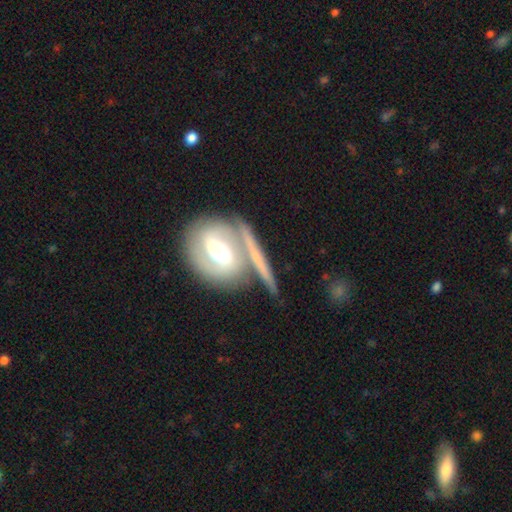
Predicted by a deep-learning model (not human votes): Overall: featured or disk (70%). Edge-on disk: no (79%). Bar: strong (42%; weak 38%). Spiral arms: yes (72%). Bulge size: moderate (66%). Merging: none (53%; merger 25%).